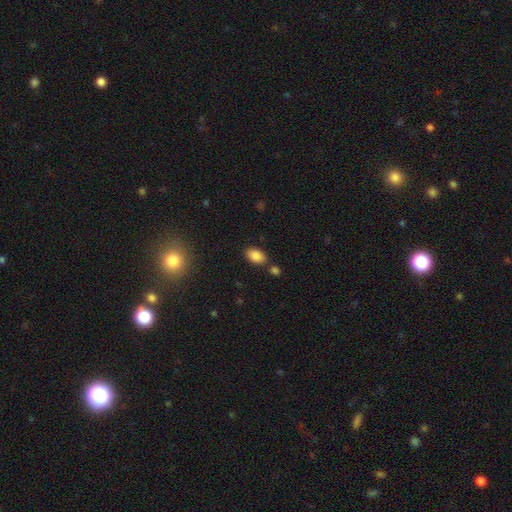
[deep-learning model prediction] This is clearly a smooth galaxy (86%). How rounded: clearly in between (90%). Merging: likely none (78%).